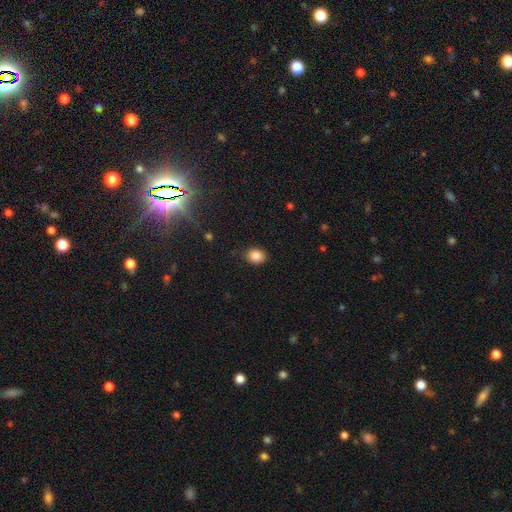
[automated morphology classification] A smooth galaxy with no disk features (86%) that is round (54%). Merging: none (85%).